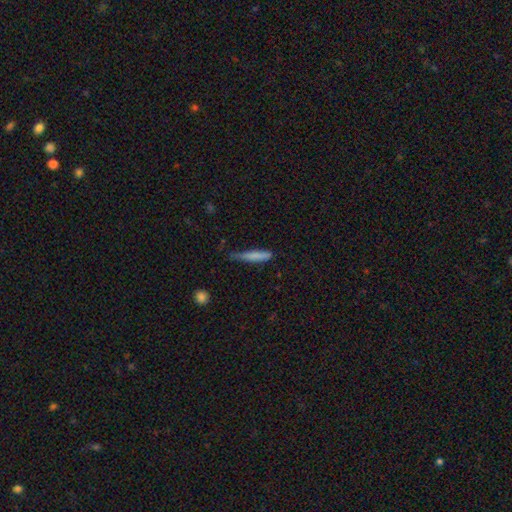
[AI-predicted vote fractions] The model was most divided on "merging": none: 54%, minor disturbance: 34%, major disturbance: 9%, merger: 3%. More confident: how rounded — cigar-shaped (90%); smooth or featured — smooth (77%).